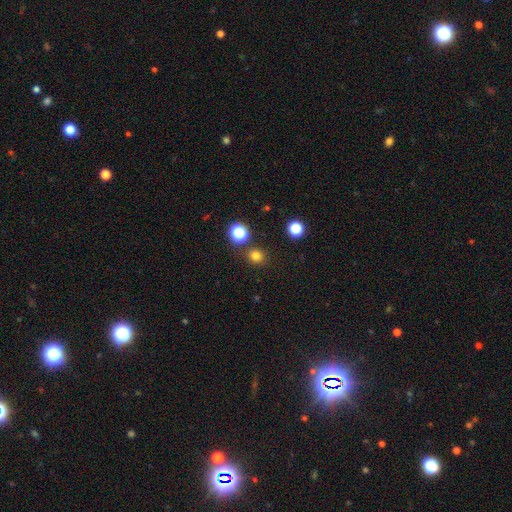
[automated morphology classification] Smooth or featured?
  - smooth: 77% *
  - star or artifact: 18%
  - featured or disk: 5%
How rounded?
  - round: 86% *
  - in between: 13%
  - cigar-shaped: 1%
Merging?
  - none: 85% *
  - minor disturbance: 7%
  - merger: 5%
  - major disturbance: 3%